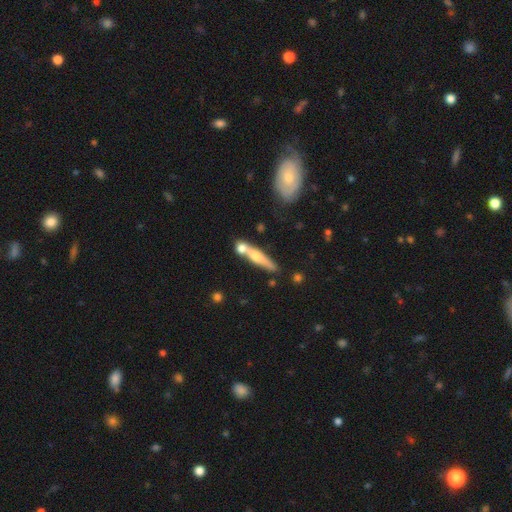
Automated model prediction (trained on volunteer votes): featured or disk 47% (tied), smooth 47% (tied), star or artifact 7%. Down the decision tree: merging — none (56%).